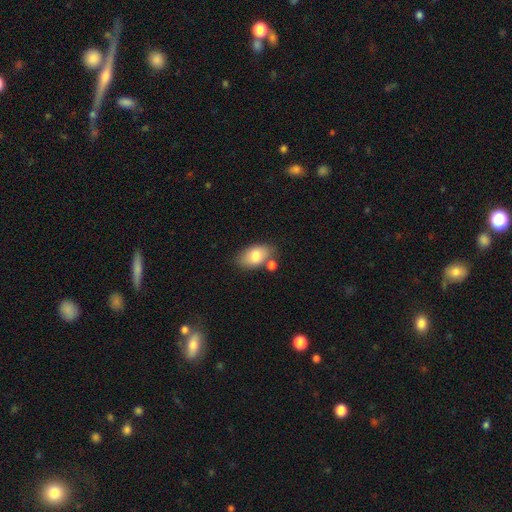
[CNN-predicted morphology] Smooth or featured?
  - smooth: 77% *
  - featured or disk: 16%
  - star or artifact: 7%
How rounded?
  - in between: 90% *
  - round: 9%
  - cigar-shaped: 2%
Merging?
  - none: 65% *
  - minor disturbance: 16%
  - merger: 15%
  - major disturbance: 4%